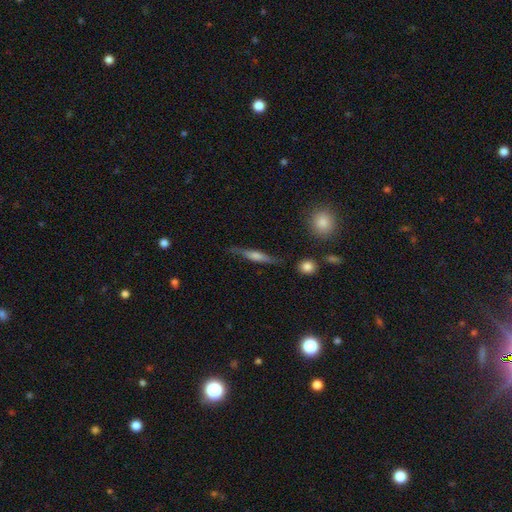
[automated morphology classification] Smooth or featured? Predicted: featured or disk (p=0.59). Edge-on disk? Predicted: yes (p=0.93). Edge-on bulge? Predicted: rounded (p=0.64). Merging? Predicted: none (p=0.82).